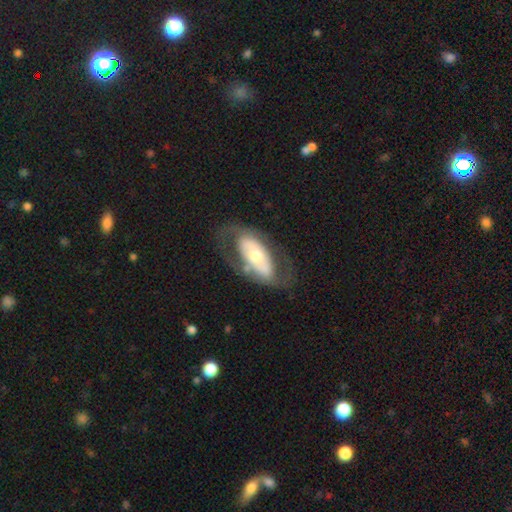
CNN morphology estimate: Smooth or featured: featured or disk — 61% (smooth — 34%)
Edge-on disk: no — 89% (yes — 11%)
Bar: no — 66% (weak — 17%)
Spiral arms: no — 60% (yes — 40%)
Bulge size: moderate — 54% (small — 30%)
Merging: none — 62% (minor disturbance — 18%)